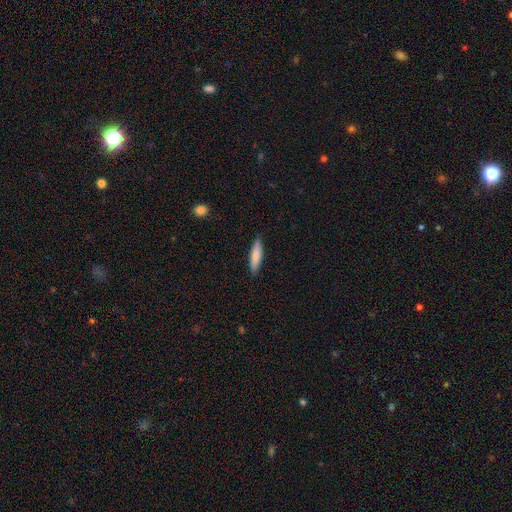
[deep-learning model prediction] A smooth galaxy with no disk features (80%) that is cigar-shaped (78%).

Vote fractions:
- Smooth or featured? smooth: 80% / featured or disk: 14% / star or artifact: 5%
- How rounded? cigar-shaped: 78% / in between: 20% / round: 1%
- Merging? none: 87% / minor disturbance: 10% / major disturbance: 2% / merger: 1%